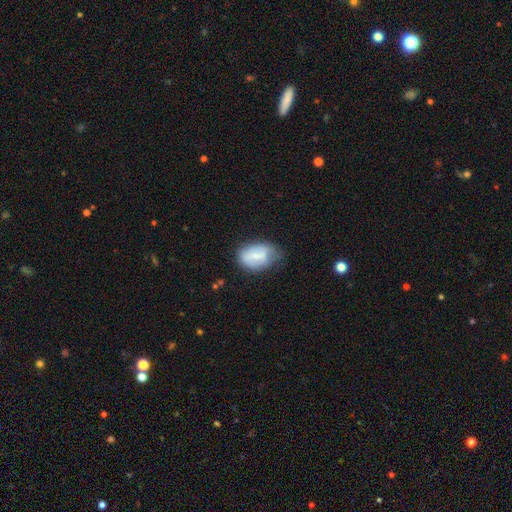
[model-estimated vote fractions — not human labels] The model was most divided on "merging": none: 49%, minor disturbance: 36%, major disturbance: 12%, merger: 3%. More confident: how rounded — in between (82%); smooth or featured — smooth (66%).